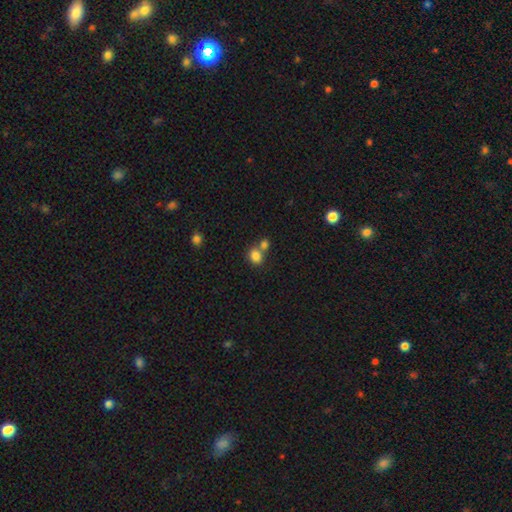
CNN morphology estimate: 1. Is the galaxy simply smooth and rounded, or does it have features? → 83% smooth, 10% star or artifact, 7% featured or disk.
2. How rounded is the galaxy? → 65% round, 34% in between, 1% cigar-shaped.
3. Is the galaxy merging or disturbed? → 45% none, 44% merger, 8% minor disturbance, 3% major disturbance.